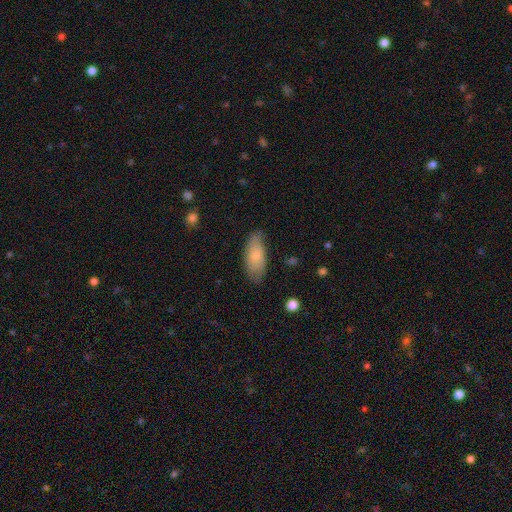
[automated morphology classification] Smooth or featured? Predicted: smooth (p=0.71). How rounded? Predicted: in between (p=0.84). Merging? Predicted: none (p=0.73).